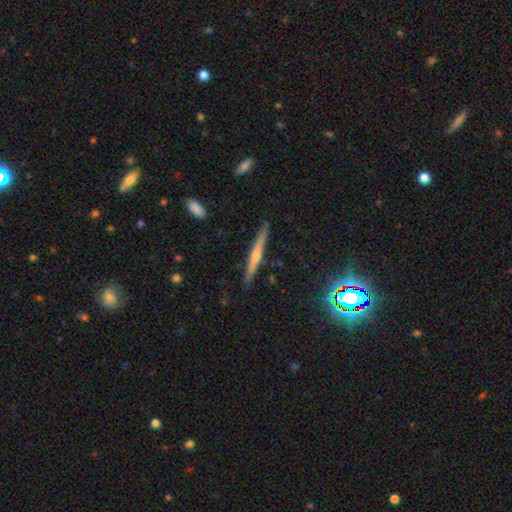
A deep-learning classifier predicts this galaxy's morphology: Overall: featured or disk (58%; smooth 32%). Edge-on disk: yes (97%). Edge-on bulge: rounded (61%; none 32%). Merging: none (88%).